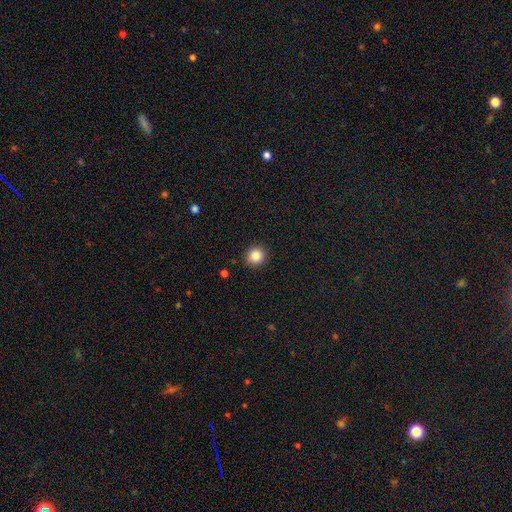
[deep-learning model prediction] This appears to be a smooth galaxy with no disk features (86%) that is round (86%). Merging: none (88%).